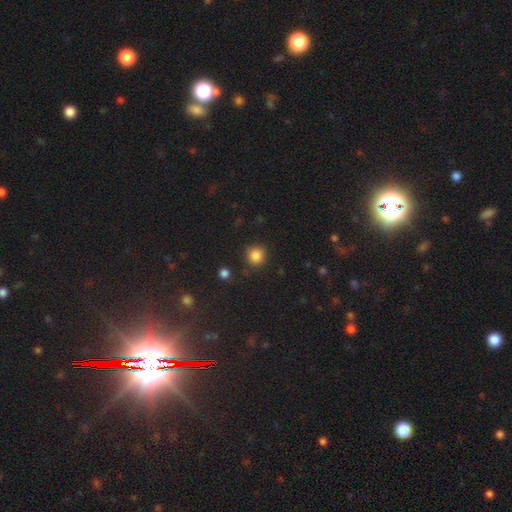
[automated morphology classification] smooth-or-featured: smooth: 85% | star or artifact: 11% | featured or disk: 4%
  how-rounded: round: 90% | in between: 9% | cigar-shaped: 1%
  merging: none: 84% | minor disturbance: 10% | major disturbance: 3% | merger: 2%